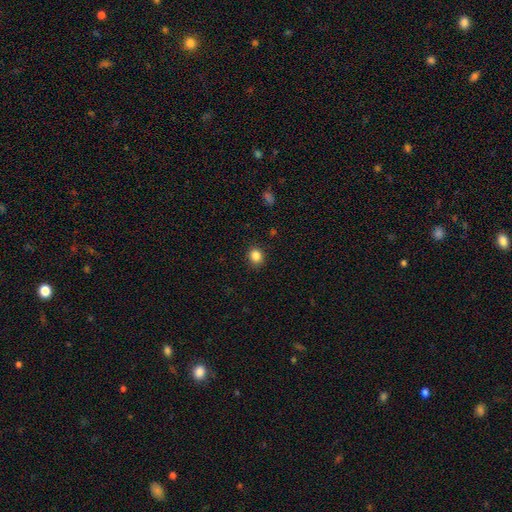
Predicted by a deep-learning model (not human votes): Smooth or featured? smooth (85%)
How rounded? round (72%)
Merging? none (89%)